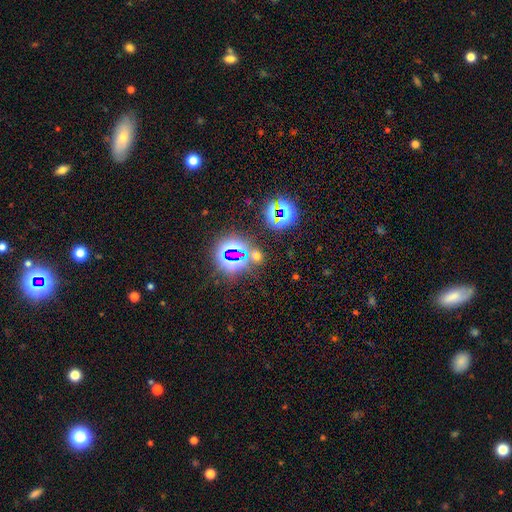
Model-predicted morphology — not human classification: This is likely a star or artifact rather than a galaxy (62%).